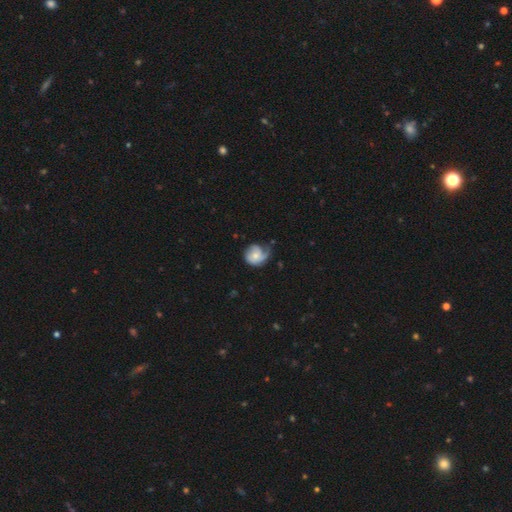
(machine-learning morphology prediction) Smooth or featured? featured or disk (55%)
Edge-on disk? no (97%)
Bar? no (77%)
Spiral arms? yes (84%)
Bulge size? small (49%)
Merging? none (44%)